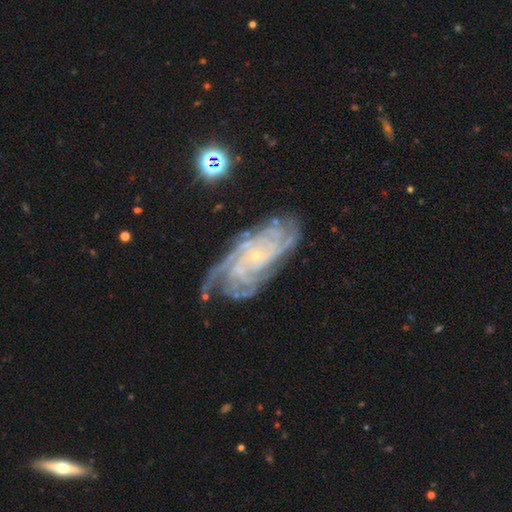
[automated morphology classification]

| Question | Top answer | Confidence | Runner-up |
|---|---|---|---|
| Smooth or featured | featured or disk | 89% | star or artifact (7%) |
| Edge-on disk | no | 96% | yes (4%) |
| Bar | no | 74% | weak (19%) |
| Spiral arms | yes | 98% | no (2%) |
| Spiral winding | tight | 74% | medium (22%) |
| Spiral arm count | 4 | 29% | more than 4 (23%) |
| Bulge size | small | 87% | moderate (8%) |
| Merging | none | 68% | minor disturbance (20%) |